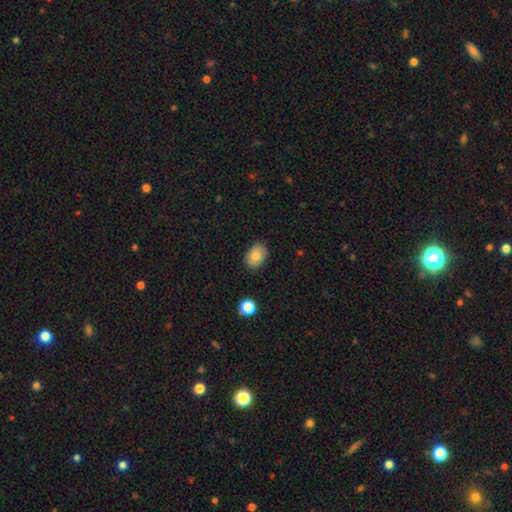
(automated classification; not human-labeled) smooth_or_featured: smooth (p=0.84) [alt: star or artifact p=0.08]
how_rounded: in between (p=0.77) [alt: round p=0.22]
merging: none (p=0.86) [alt: minor disturbance p=0.11]